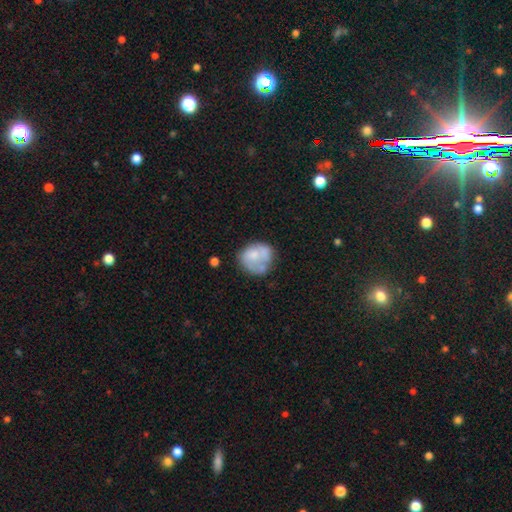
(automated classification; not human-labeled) Smooth or featured? Predicted: smooth (p=0.57). How rounded? Predicted: round (p=0.71). Merging? Predicted: none (p=0.41).